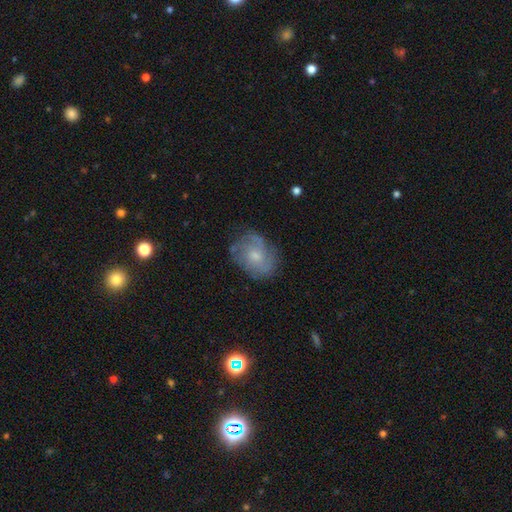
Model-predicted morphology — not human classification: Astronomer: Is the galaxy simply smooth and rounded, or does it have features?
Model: featured or disk — 61%.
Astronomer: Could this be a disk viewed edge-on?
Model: no — 97%.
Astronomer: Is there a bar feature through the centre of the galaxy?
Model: no — 72%.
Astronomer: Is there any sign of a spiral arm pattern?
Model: yes — 82%.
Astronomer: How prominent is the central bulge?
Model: small — 46% (runner-up: moderate, 44%).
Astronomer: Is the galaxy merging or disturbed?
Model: none — 68%.